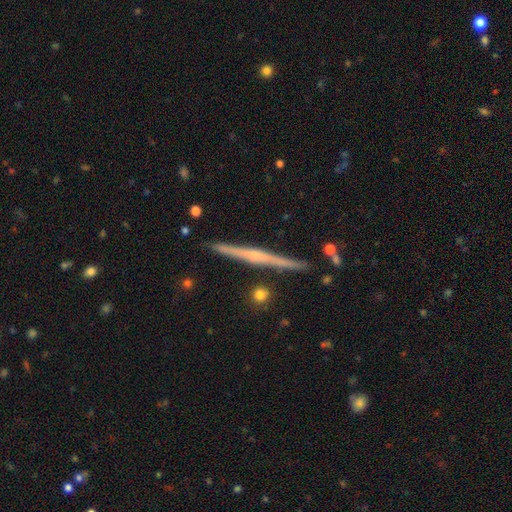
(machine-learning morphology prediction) Smooth or featured: featured or disk — 74% (smooth — 20%)
Edge-on disk: yes — 98% (no — 2%)
Edge-on bulge: rounded — 45% (tied with none — 45%)
Merging: none — 90% (minor disturbance — 6%)